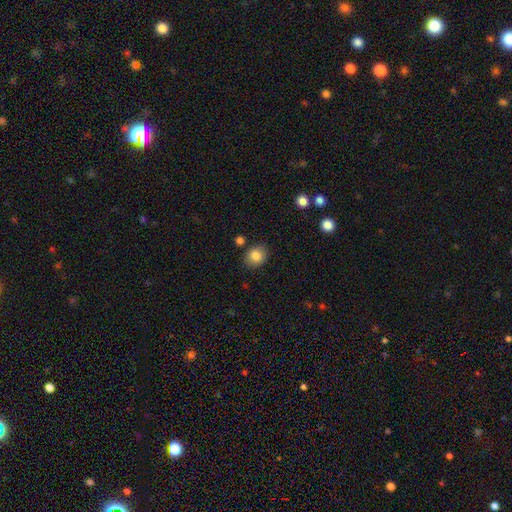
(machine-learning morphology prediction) Smooth or featured? Predicted: smooth (p=0.84). How rounded? Predicted: round (p=0.59). Merging? Predicted: none (p=0.82).